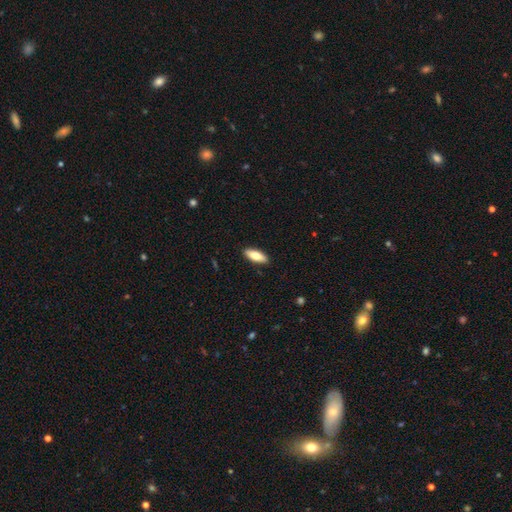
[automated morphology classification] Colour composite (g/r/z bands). It shows a smooth galaxy with no disk features (80%) that is in between round and cigar-shaped (71%). Merging: none (89%).